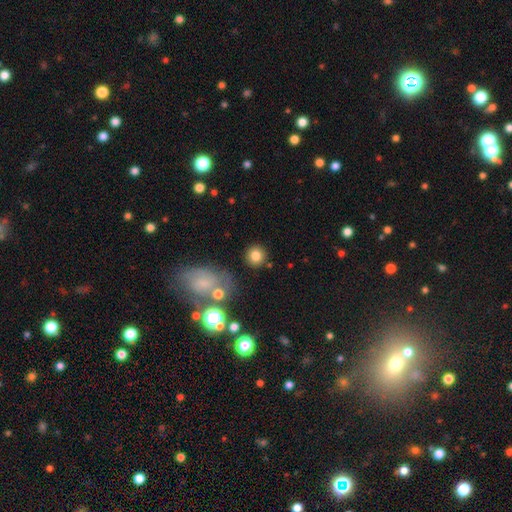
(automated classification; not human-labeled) This appears to be a smooth galaxy with no disk features (81%) that is round (91%). Merging: none (84%).